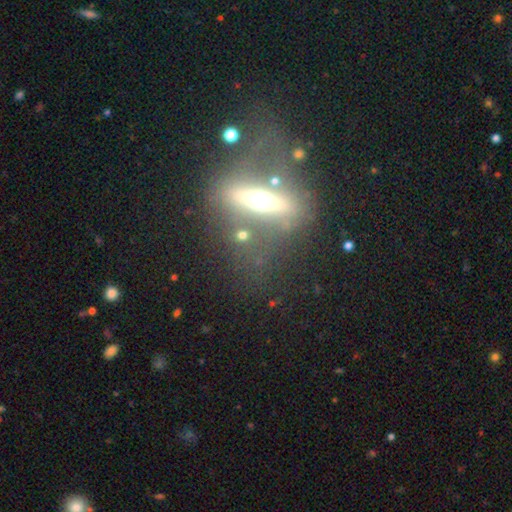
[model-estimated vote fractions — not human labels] This is likely a featured or disk galaxy (67%). It is likely viewed edge-on (74%). Merging: possibly none (55%).